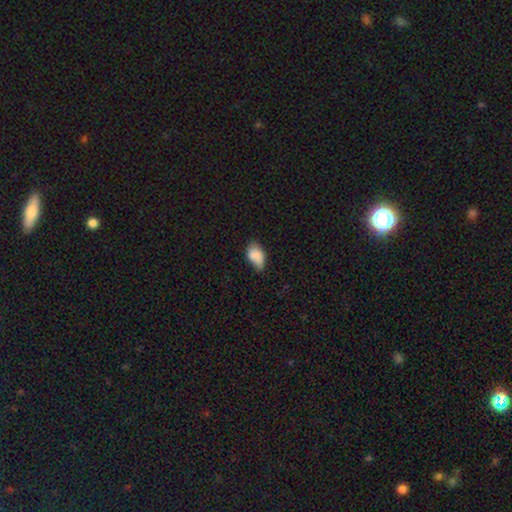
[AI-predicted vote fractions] The model was most divided on "merging" (2-way tie): none: 43%, minor disturbance: 43%, major disturbance: 11%, merger: 3%. More confident: how rounded — in between (89%); smooth or featured — smooth (83%).